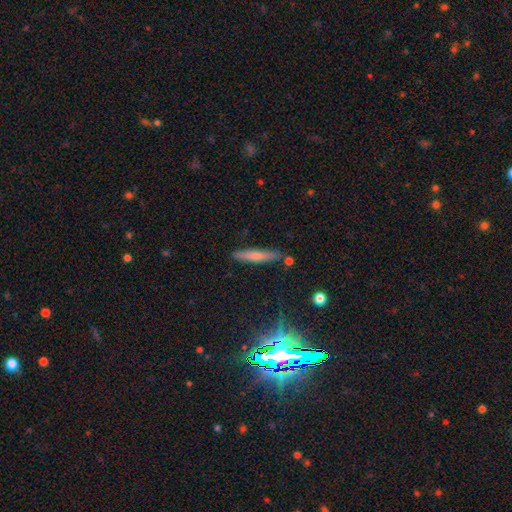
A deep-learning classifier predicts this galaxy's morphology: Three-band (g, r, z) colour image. It shows a smooth galaxy with no disk features (60%) that is cigar-shaped (90%). Merging: none (84%).